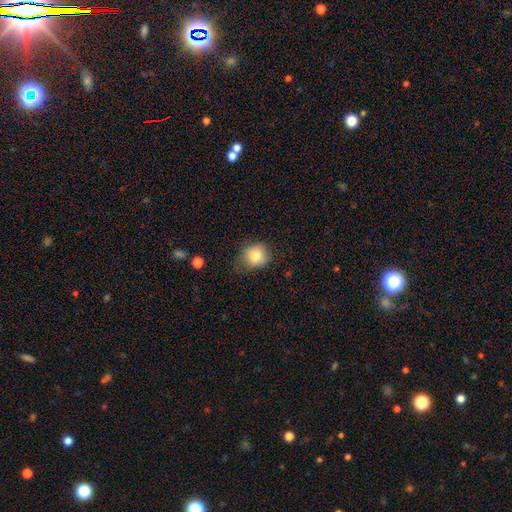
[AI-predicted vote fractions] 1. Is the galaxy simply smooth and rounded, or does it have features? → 81% smooth, 10% featured or disk, 9% star or artifact.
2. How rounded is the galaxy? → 70% round, 29% in between, 1% cigar-shaped.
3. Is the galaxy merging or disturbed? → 65% none, 26% minor disturbance, 7% major disturbance, 1% merger.